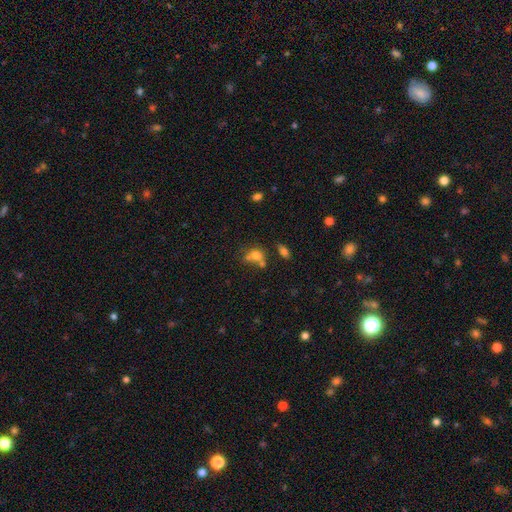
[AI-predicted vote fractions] Smooth or featured? smooth (71%)
How rounded? round (54%)
Merging? merger (42%)